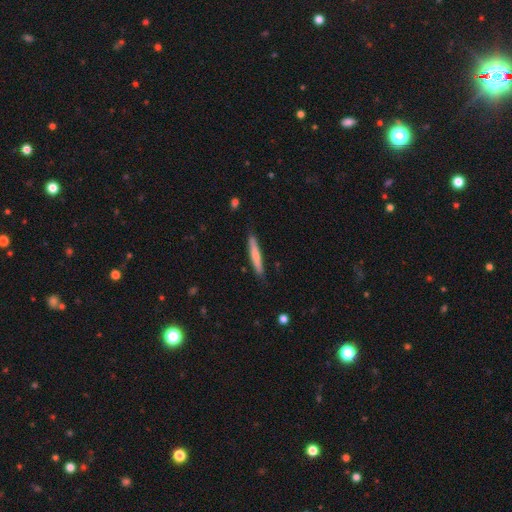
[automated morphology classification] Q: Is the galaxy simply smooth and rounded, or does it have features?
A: smooth — 67%.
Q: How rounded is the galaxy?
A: cigar-shaped — 94%.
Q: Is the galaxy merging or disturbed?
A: none — 86%.